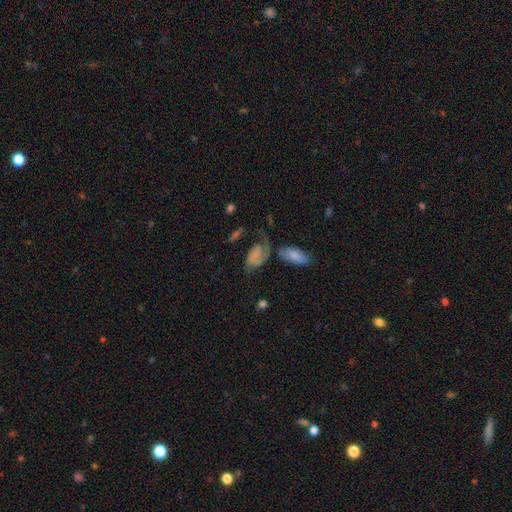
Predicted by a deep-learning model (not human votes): A featured or disk galaxy (54%) with no bar (69%), spiral arms (85%) and no central bulge (59%). Merging: major disturbance (32%).